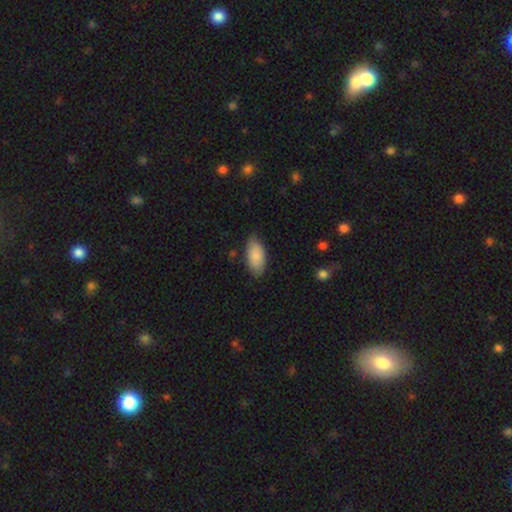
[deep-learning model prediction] Smooth or featured? smooth (85%)
How rounded? in between (93%)
Merging? none (77%)